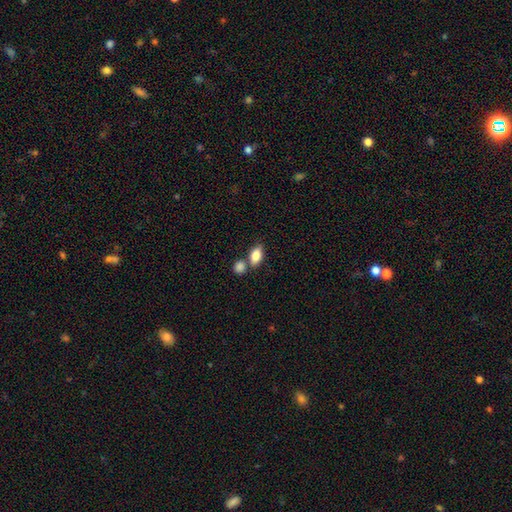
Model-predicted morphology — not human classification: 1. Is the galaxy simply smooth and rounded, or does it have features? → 85% smooth, 8% featured or disk, 7% star or artifact.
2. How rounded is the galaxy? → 87% in between, 9% round, 4% cigar-shaped.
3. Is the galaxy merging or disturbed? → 56% none, 29% merger, 11% minor disturbance, 3% major disturbance.